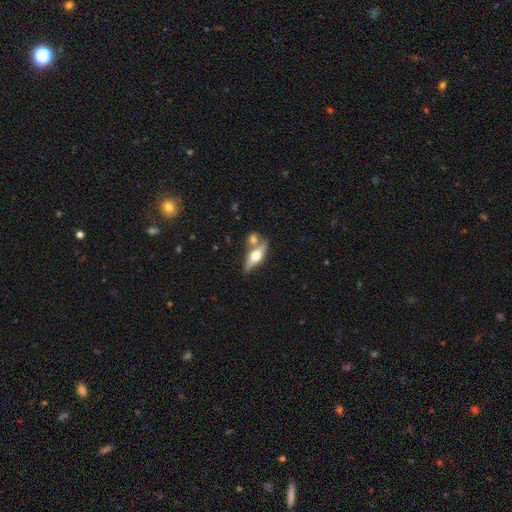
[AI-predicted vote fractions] Smooth or featured? featured or disk (57%)
Edge-on disk? yes (89%)
Edge-on bulge? rounded (95%)
Merging? none (62%)